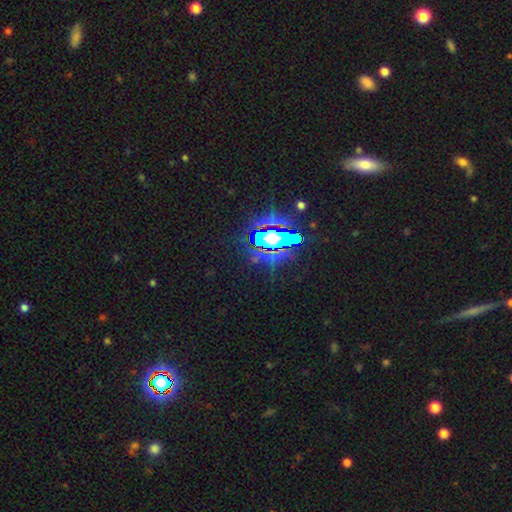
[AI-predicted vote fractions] Smooth or featured? star or artifact (80%)